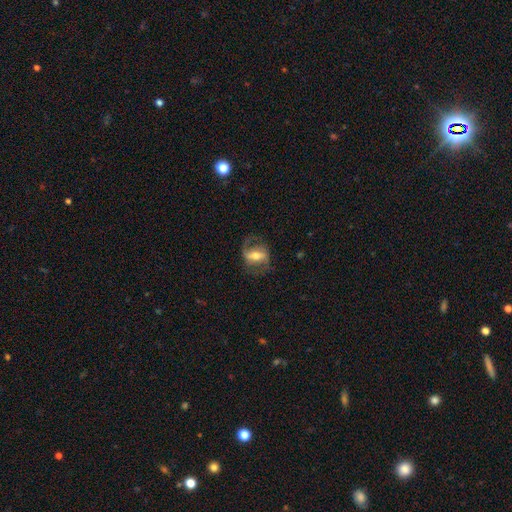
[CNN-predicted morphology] featured or disk 71%, smooth 22%, star or artifact 7%. Down the decision tree: edge-on disk — no (92%); bar — strong (54%); spiral arms — yes (82%); spiral arm count — 2 (80%); spiral winding — medium (47%); bulge size — moderate (65%); merging — none (68%).